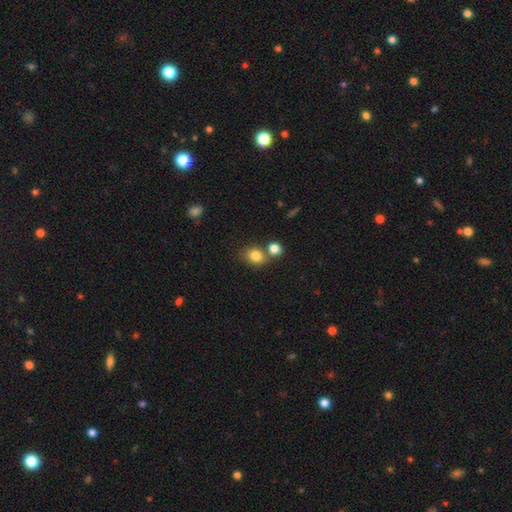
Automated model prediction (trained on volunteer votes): Smooth or featured? Predicted: smooth (p=0.81). How rounded? Predicted: round (p=0.58). Merging? Predicted: none (p=0.52).